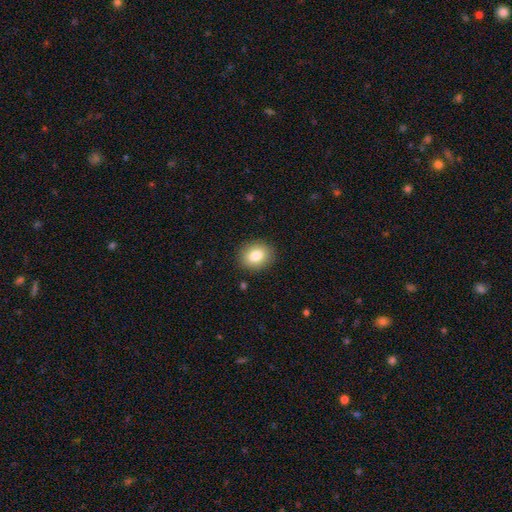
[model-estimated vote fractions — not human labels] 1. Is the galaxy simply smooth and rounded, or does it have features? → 82% smooth, 9% star or artifact, 9% featured or disk.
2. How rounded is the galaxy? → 59% round, 40% in between, 1% cigar-shaped.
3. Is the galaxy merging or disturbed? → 89% none, 8% minor disturbance, 2% major disturbance, 1% merger.